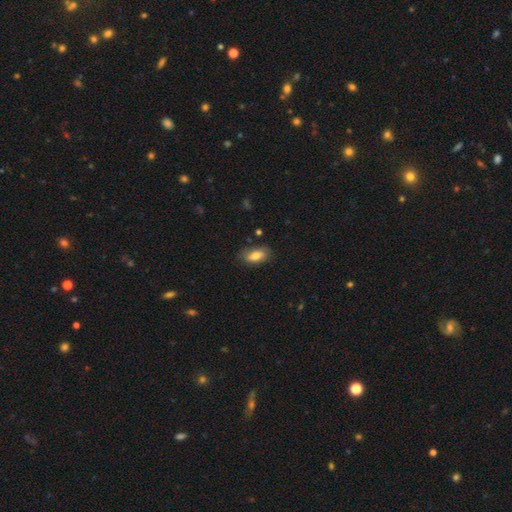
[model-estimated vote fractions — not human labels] Overall: smooth (80%). How rounded: in between (87%). Merging: none (77%).